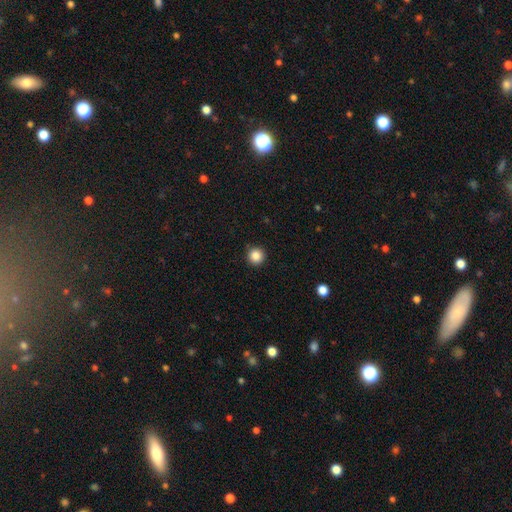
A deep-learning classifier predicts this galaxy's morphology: Smooth or featured? Predicted: smooth (p=0.87). How rounded? Predicted: round (p=0.96). Merging? Predicted: none (p=0.91).